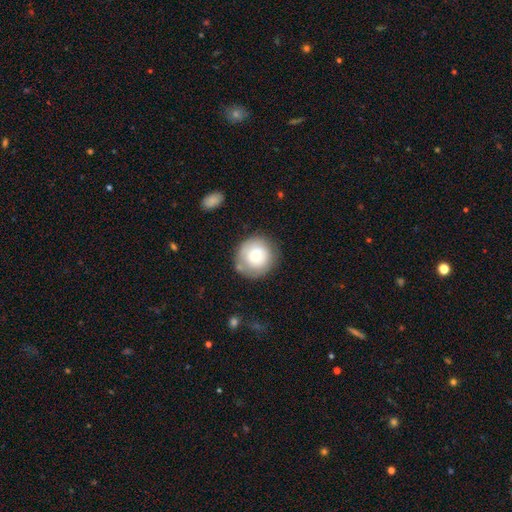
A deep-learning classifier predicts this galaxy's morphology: This appears to be a smooth galaxy with no disk features (68%) that is round (92%). Merging: none (75%).